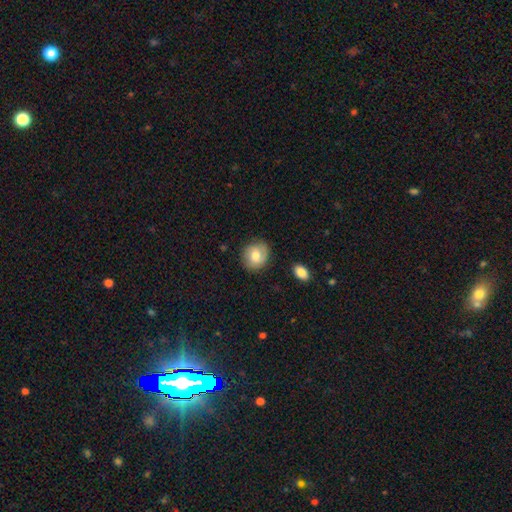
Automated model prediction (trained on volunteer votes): Smooth or featured? smooth (74%)
How rounded? round (77%)
Merging? none (82%)